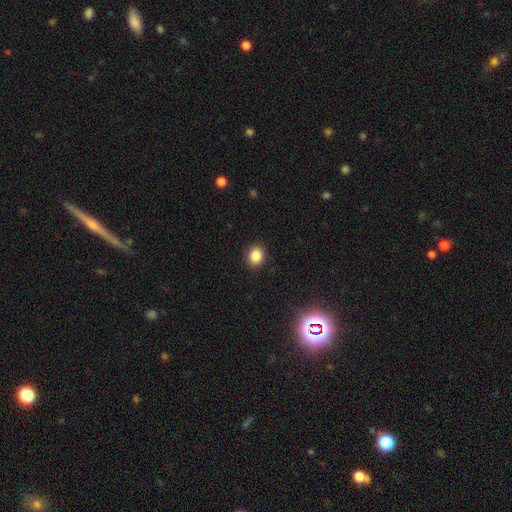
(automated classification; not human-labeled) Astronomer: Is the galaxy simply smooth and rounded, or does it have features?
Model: smooth — 86%.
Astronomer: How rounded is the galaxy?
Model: round — 51% (runner-up: in between, 48%).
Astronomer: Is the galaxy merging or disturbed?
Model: none — 90%.